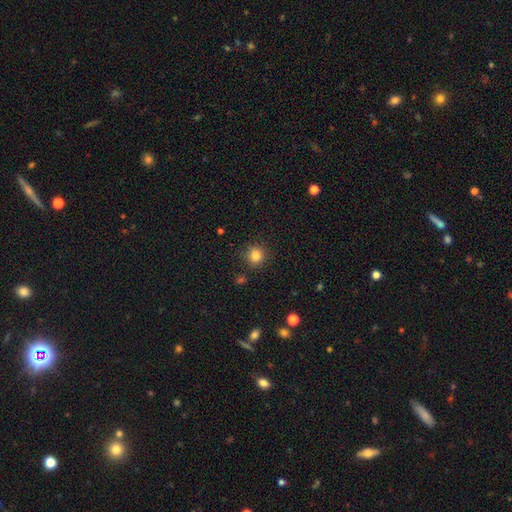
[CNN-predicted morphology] Overall: smooth (83%). How rounded: round (90%). Merging: none (88%).